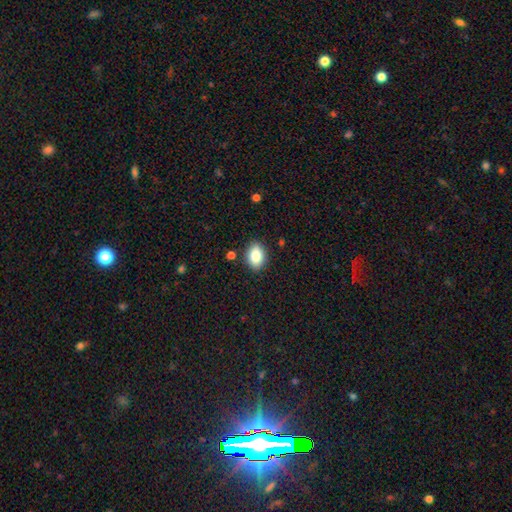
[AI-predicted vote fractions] Morphology: type=smooth (83%); roundness=in between (79%); merging=none (87%).